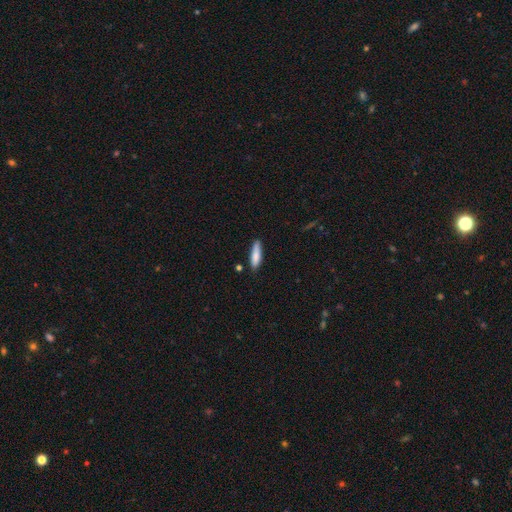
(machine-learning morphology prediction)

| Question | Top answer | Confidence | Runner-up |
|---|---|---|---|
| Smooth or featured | smooth | 82% | featured or disk (12%) |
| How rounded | cigar-shaped | 70% | in between (29%) |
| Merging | none | 81% | minor disturbance (15%) |